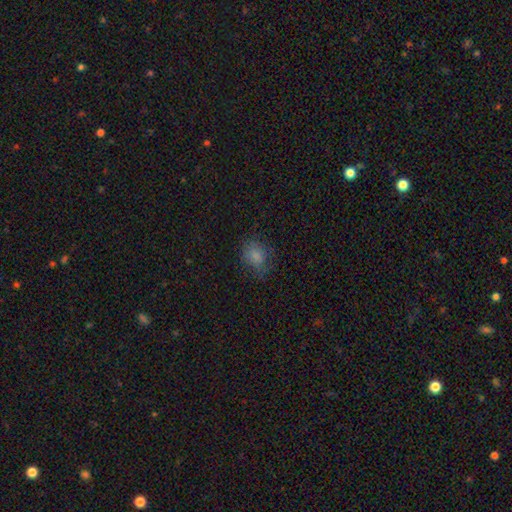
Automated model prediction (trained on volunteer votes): smooth-or-featured: smooth: 78% | star or artifact: 12% | featured or disk: 10%
  how-rounded: in between: 50% | round: 48% | cigar-shaped: 1%
  merging: none: 65% | minor disturbance: 23% | major disturbance: 10% | merger: 1%